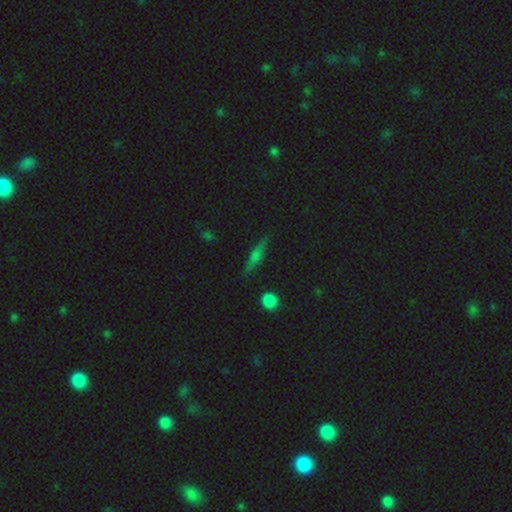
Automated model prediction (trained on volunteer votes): smooth 45%, featured or disk 40%, star or artifact 15%. Down the decision tree: merging — none (82%).